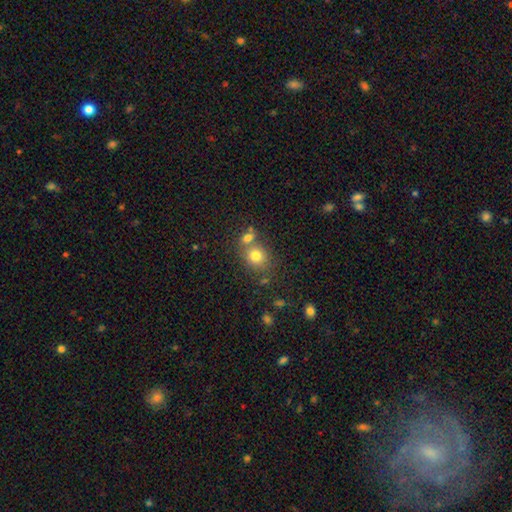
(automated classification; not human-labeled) Smooth or featured? Predicted: smooth (p=0.77). How rounded? Predicted: round (p=0.71). Merging? Predicted: none (p=0.53).